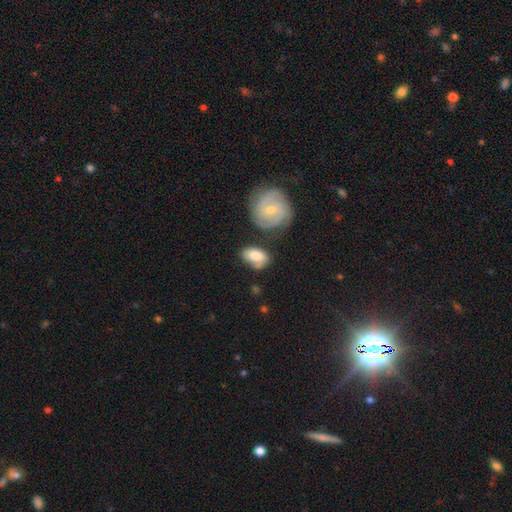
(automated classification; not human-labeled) Morphology: type=smooth (71%); roundness=in between (86%); merging=none (55%).